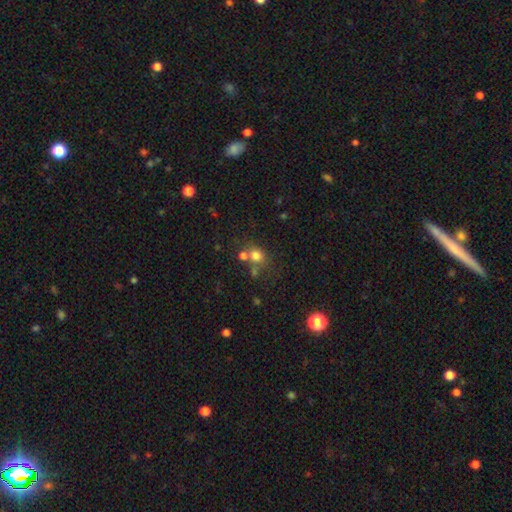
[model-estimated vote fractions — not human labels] smooth-or-featured: smooth: 74% | star or artifact: 16% | featured or disk: 11%
  how-rounded: round: 72% | in between: 27% | cigar-shaped: 1%
  merging: none: 54% | merger: 30% | minor disturbance: 11% | major disturbance: 5%